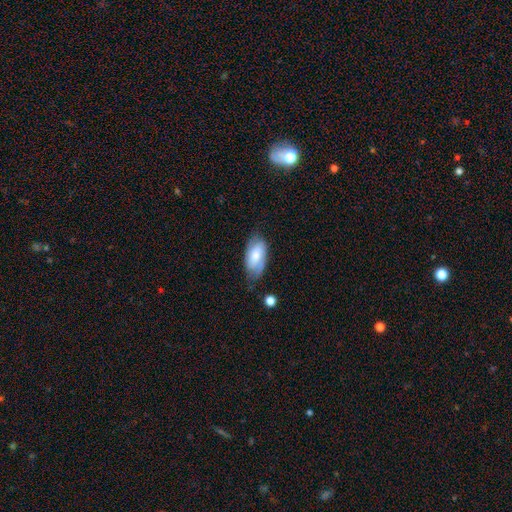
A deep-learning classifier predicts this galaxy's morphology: smooth-or-featured: smooth: 61% | featured or disk: 32% | star or artifact: 7%
  how-rounded: in between: 93% | cigar-shaped: 4% | round: 3%
  merging: none: 60% | minor disturbance: 29% | major disturbance: 8% | merger: 3%